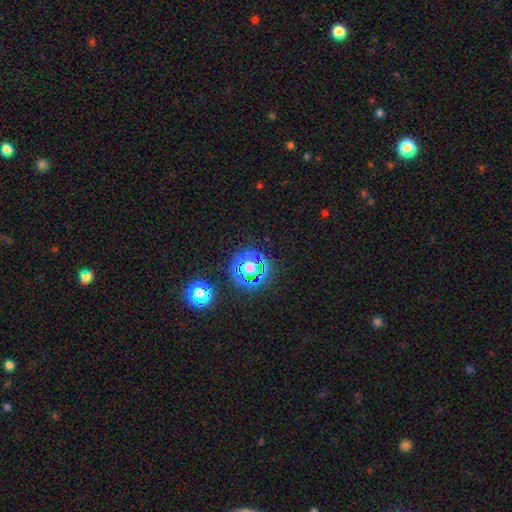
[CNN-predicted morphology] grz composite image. It shows a star or artifact, not a galaxy (77%).